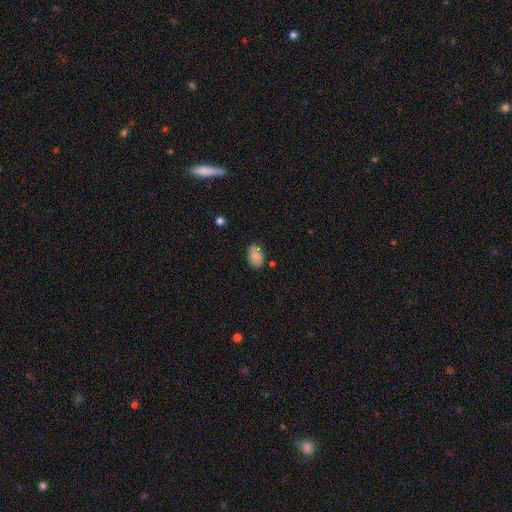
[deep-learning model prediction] A smooth galaxy with no disk features (83%) that is in between round and cigar-shaped (85%). Merging: none (68%).